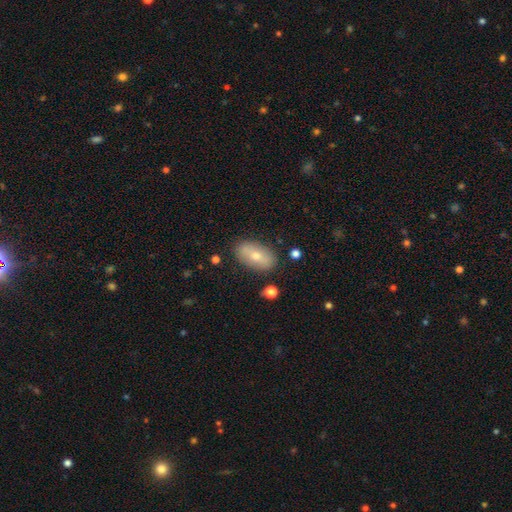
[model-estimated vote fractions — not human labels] smooth_or_featured: smooth (p=0.60) [alt: featured or disk p=0.31]
how_rounded: in between (p=0.91) [alt: round p=0.05]
merging: none (p=0.85) [alt: minor disturbance p=0.10]